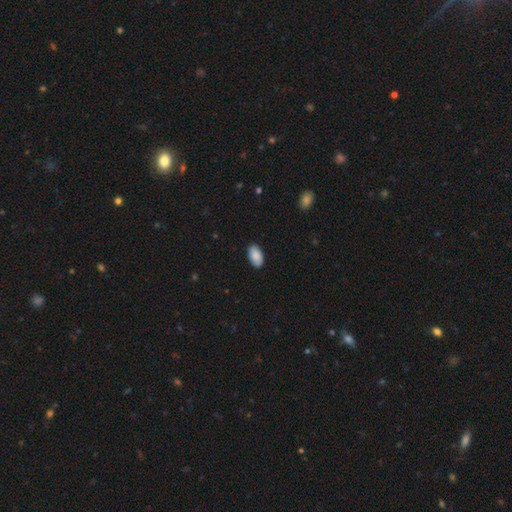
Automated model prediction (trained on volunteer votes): Smooth or featured: smooth — 88% (star or artifact — 6%)
How rounded: in between — 95% (round — 3%)
Merging: none — 88% (minor disturbance — 9%)